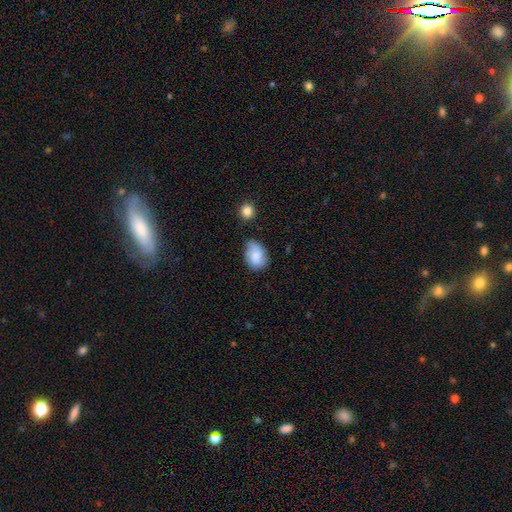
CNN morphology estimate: type=smooth (77%); roundness=in between (74%); merging=none (56%).